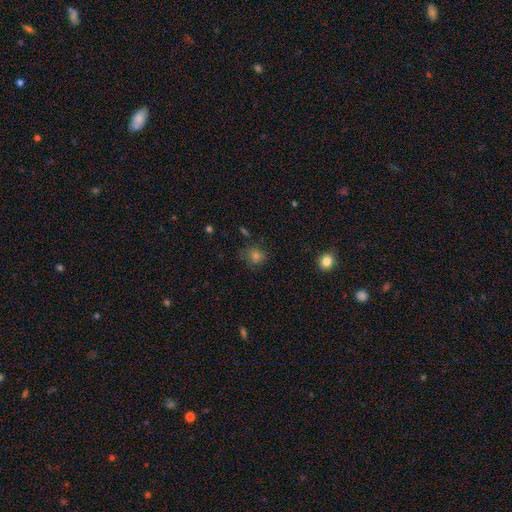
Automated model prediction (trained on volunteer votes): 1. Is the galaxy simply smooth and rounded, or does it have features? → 70% smooth, 20% star or artifact, 10% featured or disk.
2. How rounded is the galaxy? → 74% round, 25% in between, 1% cigar-shaped.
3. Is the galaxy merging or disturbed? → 71% none, 19% minor disturbance, 7% major disturbance, 3% merger.